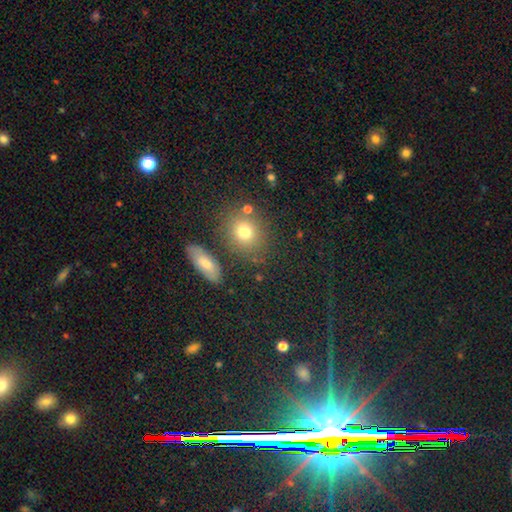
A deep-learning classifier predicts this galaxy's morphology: This appears to be a smooth galaxy with no disk features (59%) that is round (64%). Merging: none (80%).